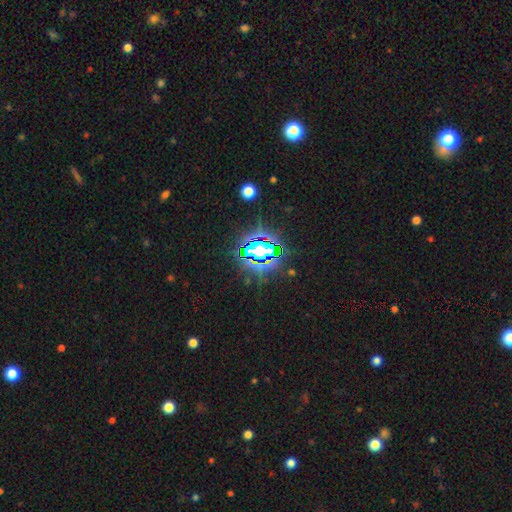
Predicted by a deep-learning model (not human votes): Morphology: type=star or artifact (78%).